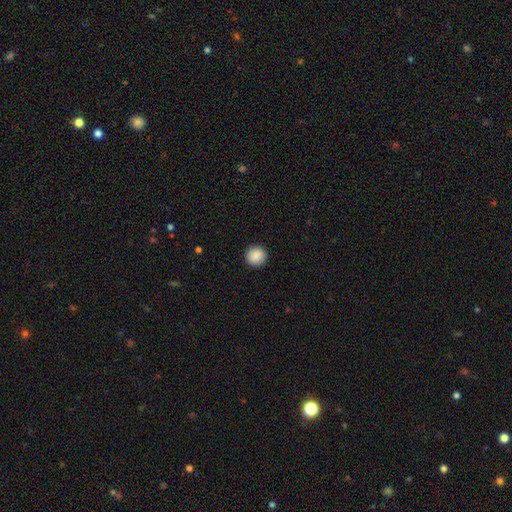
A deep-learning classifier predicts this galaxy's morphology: Smooth or featured? smooth (89%)
How rounded? round (95%)
Merging? none (93%)